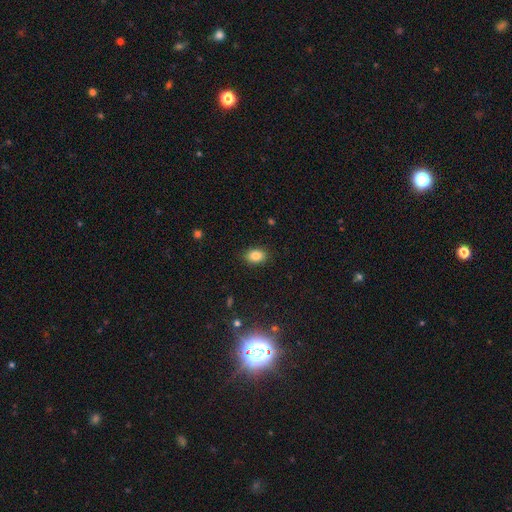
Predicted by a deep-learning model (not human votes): Overall: smooth (84%). How rounded: in between (76%). Merging: none (88%).